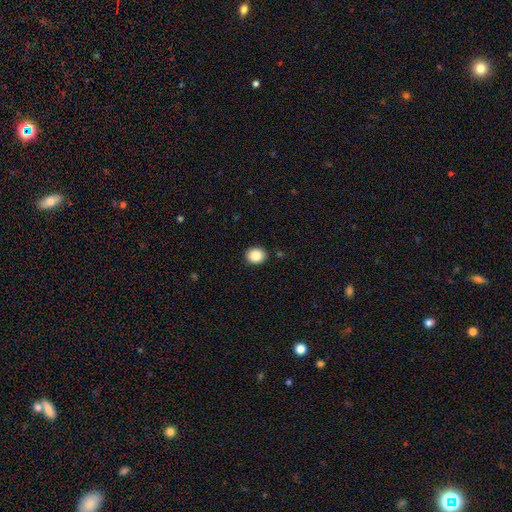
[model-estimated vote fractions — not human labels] Smooth or featured?
  - smooth: 87% *
  - star or artifact: 9%
  - featured or disk: 5%
How rounded?
  - round: 67% *
  - in between: 32%
  - cigar-shaped: 1%
Merging?
  - none: 90% *
  - minor disturbance: 7%
  - major disturbance: 2%
  - merger: 1%